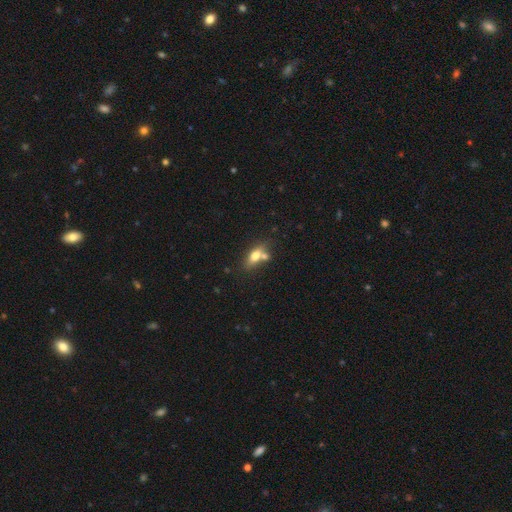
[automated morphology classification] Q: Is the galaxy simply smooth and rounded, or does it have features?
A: smooth — 67%.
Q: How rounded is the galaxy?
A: in between — 74%.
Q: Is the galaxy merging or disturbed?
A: none — 50%.